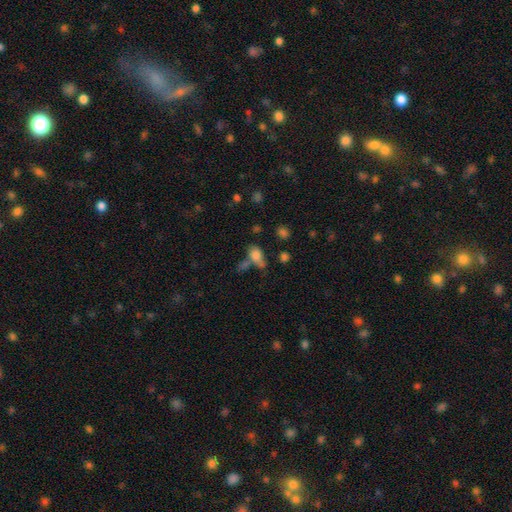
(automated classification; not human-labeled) smooth_or_featured: smooth (p=0.76) [alt: star or artifact p=0.12]
how_rounded: in between (p=0.79) [alt: round p=0.17]
merging: none (p=0.40) [alt: merger p=0.29]